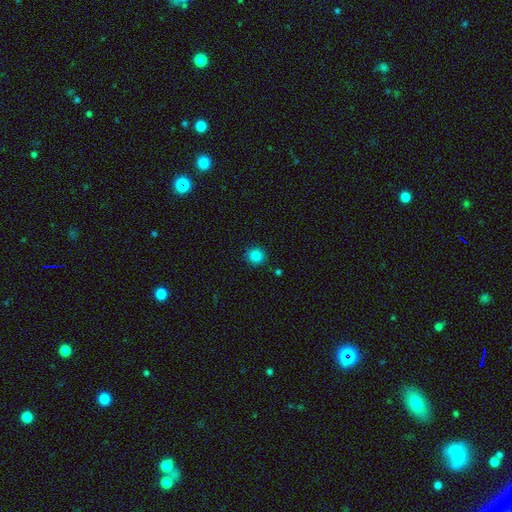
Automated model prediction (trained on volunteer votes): Smooth or featured?
  - smooth: 84% *
  - star or artifact: 11%
  - featured or disk: 5%
How rounded?
  - round: 93% *
  - in between: 6%
  - cigar-shaped: 1%
Merging?
  - none: 90% *
  - minor disturbance: 6%
  - merger: 2%
  - major disturbance: 2%